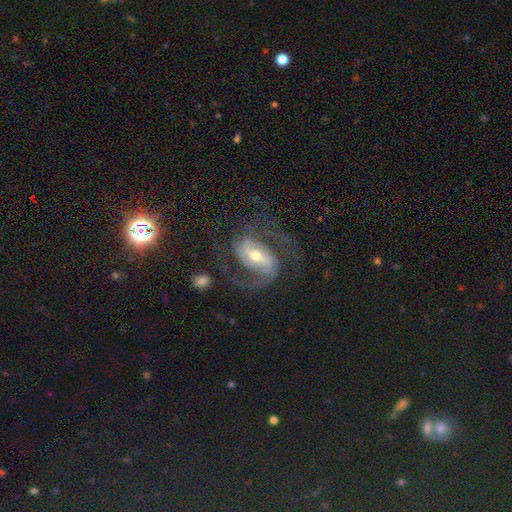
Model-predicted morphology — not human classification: smooth_or_featured: featured or disk (p=0.89) [alt: star or artifact p=0.06]
disk_edge_on: no (p=0.97) [alt: yes p=0.03]
bar: strong (p=0.52) [alt: weak p=0.35]
has_spiral_arms: yes (p=0.97) [alt: no p=0.03]
spiral_winding: medium (p=0.59) [alt: loose p=0.23]
spiral_arm_count: 2 (p=0.86) [alt: 3 p=0.05]
bulge_size: moderate (p=0.53) [alt: small p=0.41]
merging: none (p=0.69) [alt: major disturbance p=0.15]